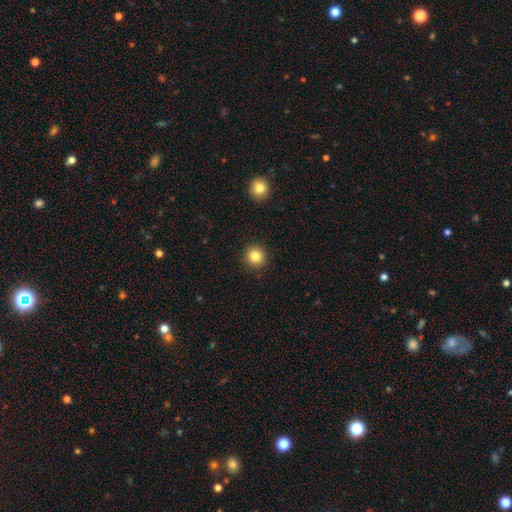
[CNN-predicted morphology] A smooth galaxy with no disk features (83%) that is round (93%).

Vote fractions:
- Smooth or featured? smooth: 83% / star or artifact: 11% / featured or disk: 6%
- How rounded? round: 93% / in between: 6% / cigar-shaped: 1%
- Merging? none: 92% / minor disturbance: 5% / major disturbance: 2% / merger: 1%